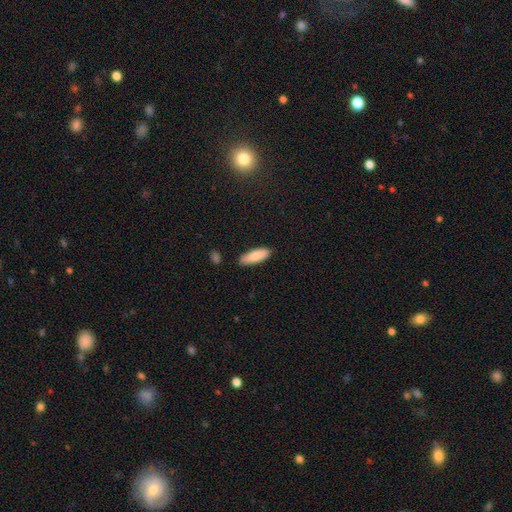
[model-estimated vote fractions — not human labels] This is clearly a smooth galaxy (86%). How rounded: likely in between (61%). Merging: clearly none (85%).